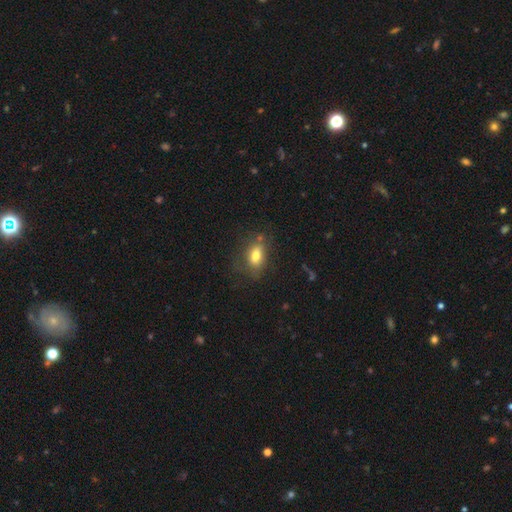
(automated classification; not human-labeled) smooth-or-featured: smooth: 76% | featured or disk: 14% | star or artifact: 10%
  how-rounded: in between: 80% | round: 17% | cigar-shaped: 3%
  merging: none: 66% | minor disturbance: 20% | major disturbance: 8% | merger: 6%